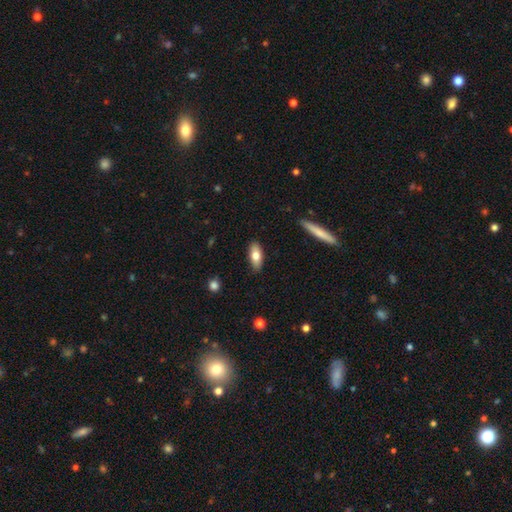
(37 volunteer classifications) smooth-or-featured: smooth: 73% | featured or disk: 22% | star or artifact: 5%
  how-rounded: in between: 67% | cigar-shaped: 30% | round: 4%
  merging: none: 91% | minor disturbance: 6% | merger: 3% | major disturbance: 0%